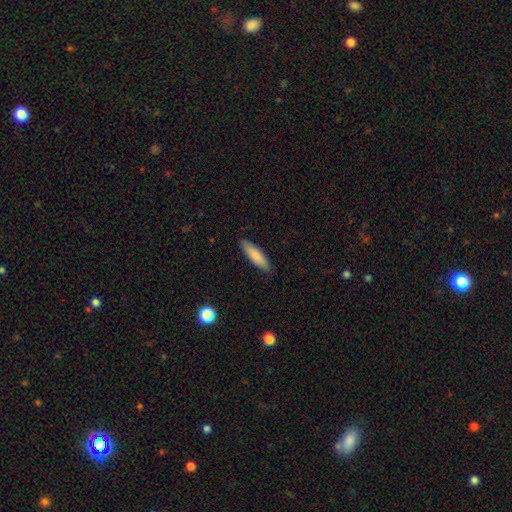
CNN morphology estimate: Smooth or featured?
  - smooth: 84% *
  - featured or disk: 10%
  - star or artifact: 6%
How rounded?
  - cigar-shaped: 63% *
  - in between: 35%
  - round: 1%
Merging?
  - none: 88% *
  - minor disturbance: 9%
  - major disturbance: 2%
  - merger: 1%